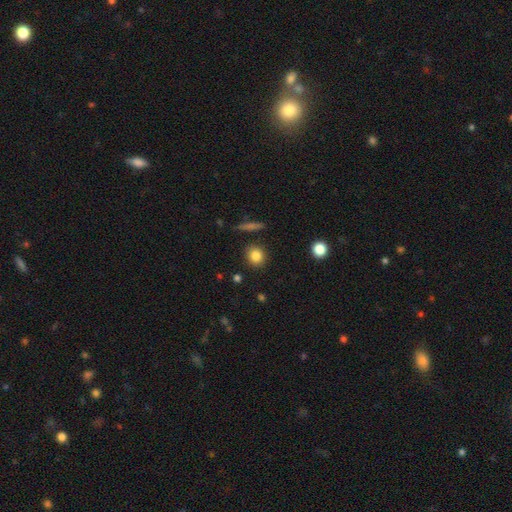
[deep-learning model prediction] Smooth or featured?
  - smooth: 83% *
  - star or artifact: 10%
  - featured or disk: 7%
How rounded?
  - round: 85% *
  - in between: 14%
  - cigar-shaped: 2%
Merging?
  - none: 88% *
  - minor disturbance: 7%
  - merger: 2%
  - major disturbance: 2%